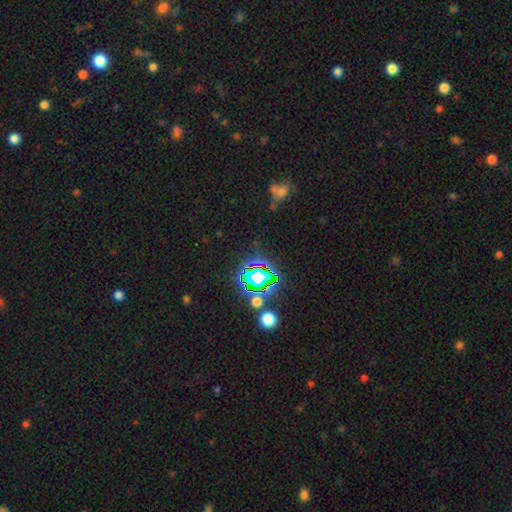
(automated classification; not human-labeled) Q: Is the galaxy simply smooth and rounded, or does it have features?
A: star or artifact — 77%.